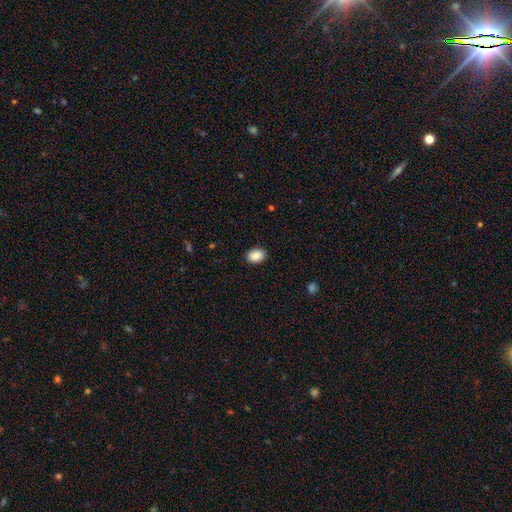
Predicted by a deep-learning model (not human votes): Smooth or featured: smooth — 90% (star or artifact — 7%)
How rounded: in between — 84% (round — 15%)
Merging: none — 88% (minor disturbance — 9%)